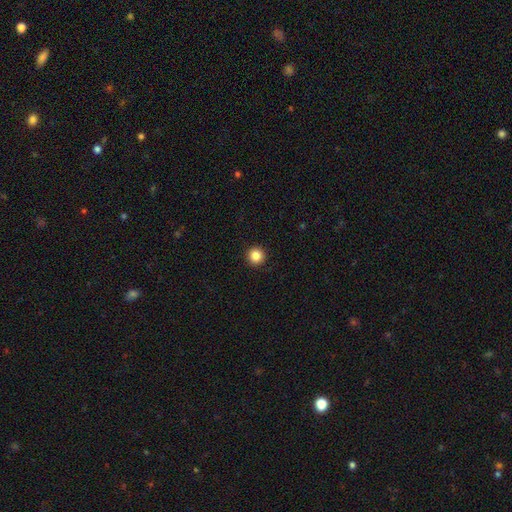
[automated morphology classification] A smooth galaxy with no disk features (86%) that is round (96%).

Vote fractions:
- Smooth or featured? smooth: 86% / star or artifact: 11% / featured or disk: 4%
- How rounded? round: 96% / in between: 3% / cigar-shaped: 1%
- Merging? none: 94% / minor disturbance: 4% / major disturbance: 1% / merger: 1%